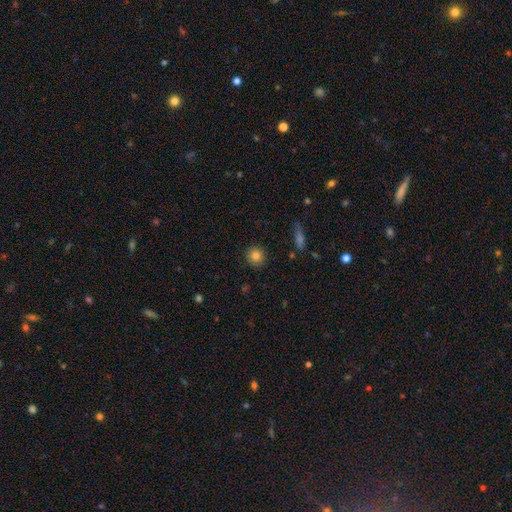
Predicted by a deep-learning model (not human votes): Smooth or featured?
  - smooth: 82% *
  - star or artifact: 10%
  - featured or disk: 7%
How rounded?
  - round: 92% *
  - in between: 7%
  - cigar-shaped: 1%
Merging?
  - none: 89% *
  - minor disturbance: 8%
  - major disturbance: 2%
  - merger: 1%